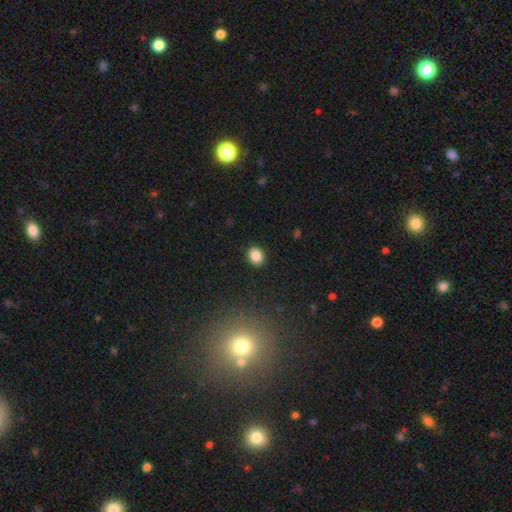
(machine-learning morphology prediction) smooth 87%, star or artifact 9%, featured or disk 4%. Down the decision tree: how rounded — round (51%); merging — none (90%).